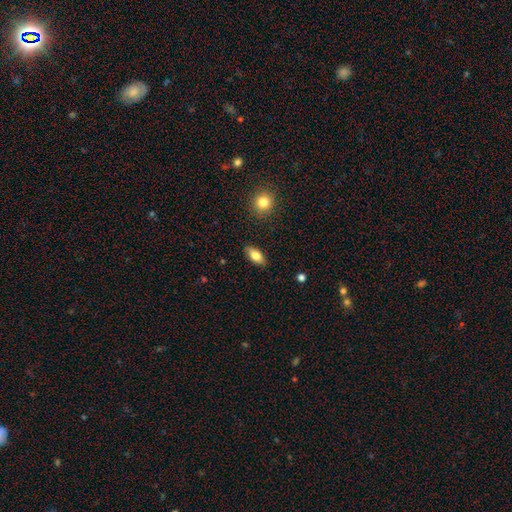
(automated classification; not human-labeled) Smooth or featured: smooth — 80% (featured or disk — 13%)
How rounded: in between — 88% (cigar-shaped — 8%)
Merging: none — 87% (minor disturbance — 10%)